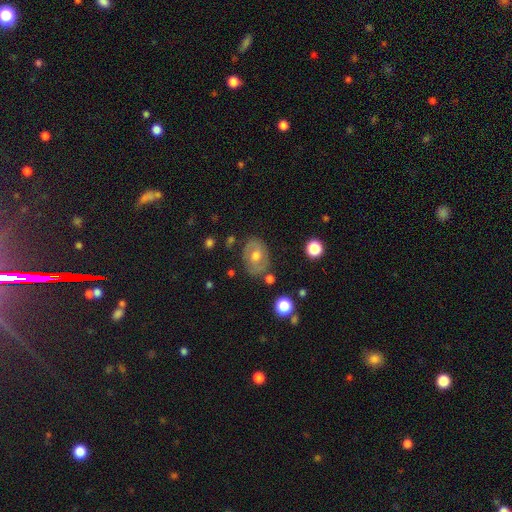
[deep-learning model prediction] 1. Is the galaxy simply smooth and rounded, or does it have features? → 48% featured or disk, 44% smooth, 8% star or artifact.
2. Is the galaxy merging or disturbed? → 74% none, 17% minor disturbance, 5% major disturbance, 4% merger.